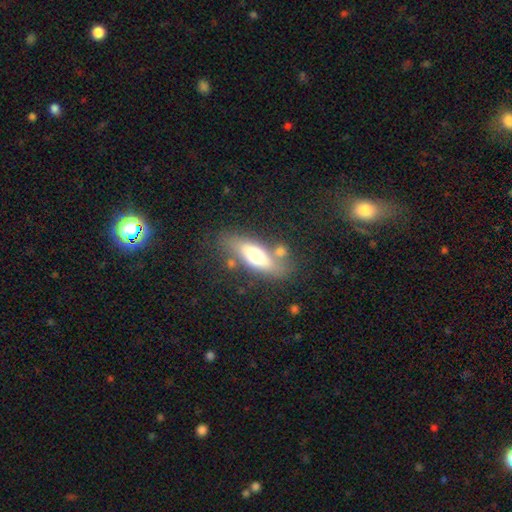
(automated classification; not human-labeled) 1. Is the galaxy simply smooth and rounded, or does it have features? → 57% smooth, 35% featured or disk, 7% star or artifact.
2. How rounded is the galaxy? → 60% in between, 37% cigar-shaped, 3% round.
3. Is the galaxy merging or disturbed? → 63% none, 17% minor disturbance, 13% merger, 7% major disturbance.